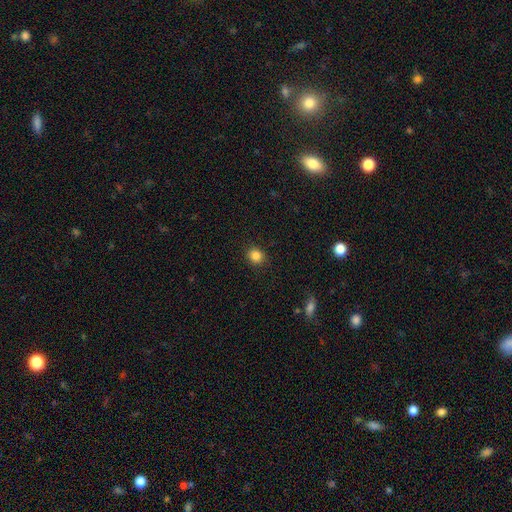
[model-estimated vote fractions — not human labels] The model was most divided on "how rounded": round: 80%, in between: 19%, cigar-shaped: 1%. More confident: merging — none (90%); smooth or featured — smooth (85%).